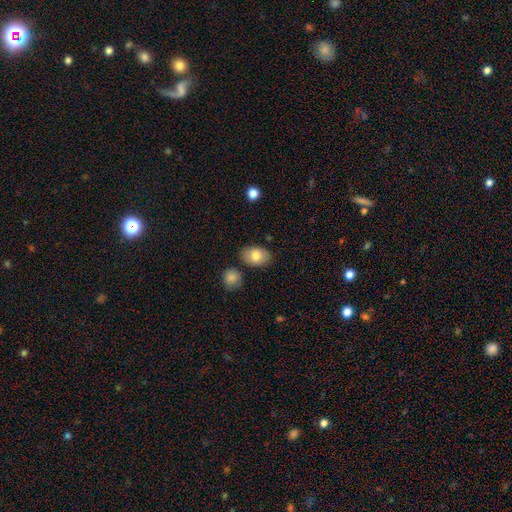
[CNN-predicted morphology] A smooth galaxy with no disk features (81%) that is in between round and cigar-shaped (87%). Merging: none (81%).